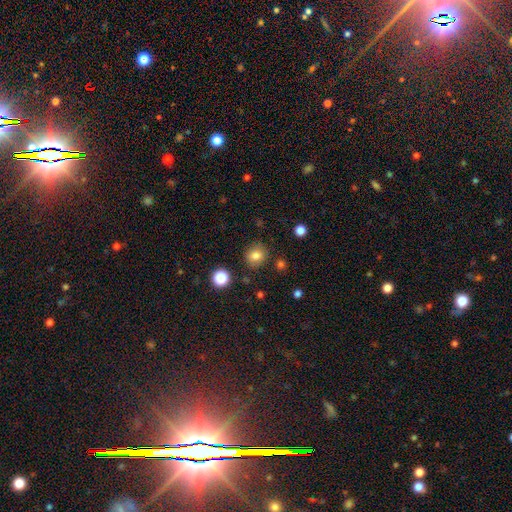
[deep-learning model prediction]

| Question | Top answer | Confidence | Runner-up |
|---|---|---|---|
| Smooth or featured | smooth | 81% | star or artifact (12%) |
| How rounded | round | 79% | in between (20%) |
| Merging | none | 85% | minor disturbance (9%) |